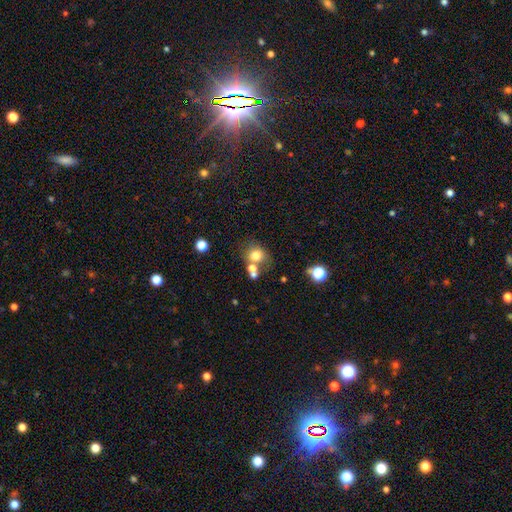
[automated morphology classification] type=smooth (75%); roundness=round (75%); merging=none (58%).